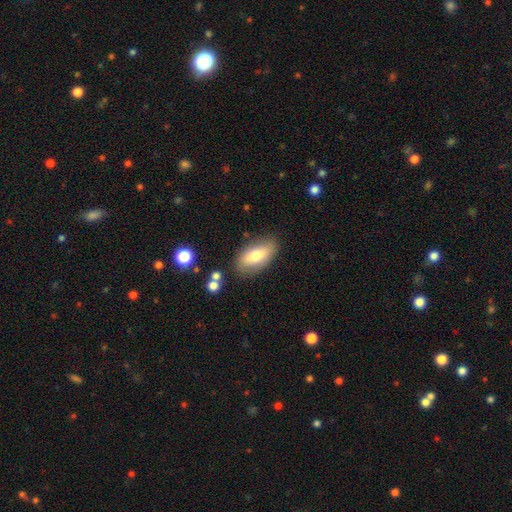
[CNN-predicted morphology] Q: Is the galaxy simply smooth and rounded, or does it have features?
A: smooth — 70%.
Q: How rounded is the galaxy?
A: in between — 88%.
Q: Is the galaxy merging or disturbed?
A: none — 81%.